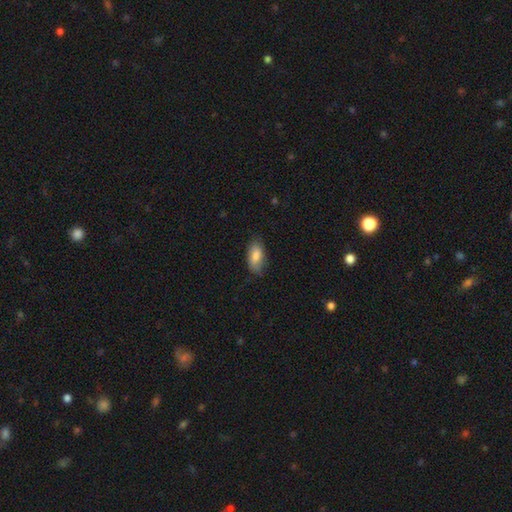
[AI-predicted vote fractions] Smooth or featured? Predicted: smooth (p=0.82). How rounded? Predicted: in between (p=0.89). Merging? Predicted: none (p=0.72).